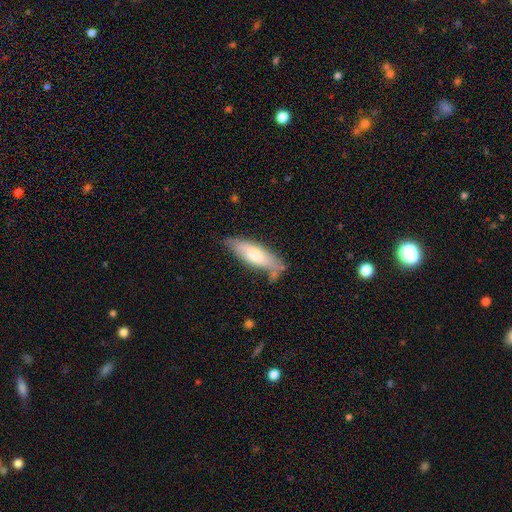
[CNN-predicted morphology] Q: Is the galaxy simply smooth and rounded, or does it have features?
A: smooth — 68%.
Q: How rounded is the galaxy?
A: in between — 55%.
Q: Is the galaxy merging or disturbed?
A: none — 67%.